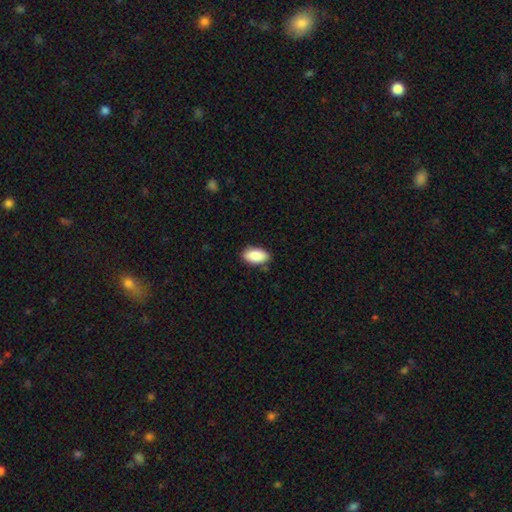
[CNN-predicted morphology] Smooth or featured?
  - smooth: 89% *
  - star or artifact: 6%
  - featured or disk: 4%
How rounded?
  - in between: 94% *
  - round: 3%
  - cigar-shaped: 2%
Merging?
  - none: 86% *
  - minor disturbance: 11%
  - major disturbance: 2%
  - merger: 1%